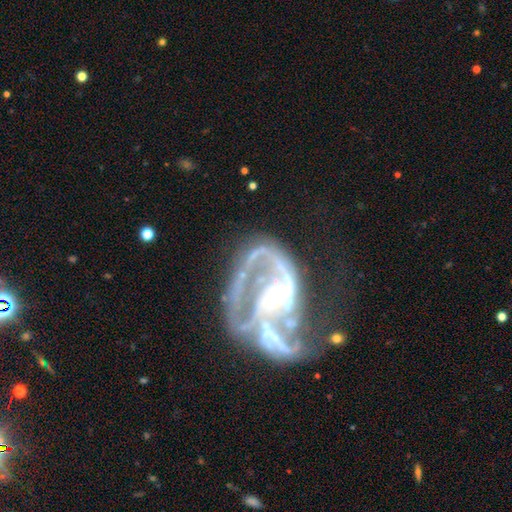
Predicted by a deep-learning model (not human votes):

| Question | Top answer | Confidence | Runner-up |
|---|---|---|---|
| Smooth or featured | featured or disk | 86% | star or artifact (8%) |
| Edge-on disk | no | 98% | yes (2%) |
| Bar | no | 62% | weak (25%) |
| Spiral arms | yes | 85% | no (15%) |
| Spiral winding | medium | 43% | tight (29%) |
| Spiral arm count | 2 | 41% | 1 (19%) |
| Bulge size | small | 54% | moderate (35%) |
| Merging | major disturbance | 34% | merger (31%) |